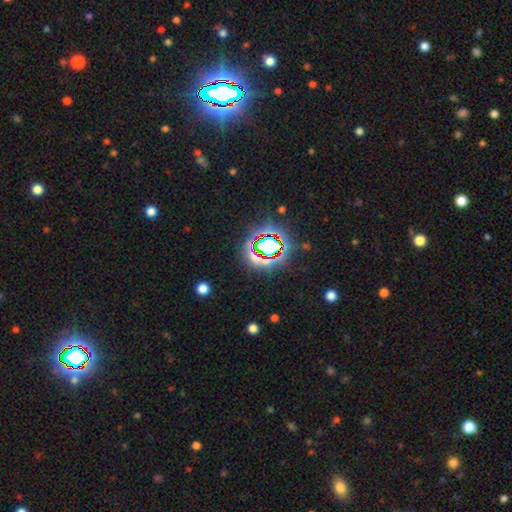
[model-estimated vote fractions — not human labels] Smooth or featured?
  - star or artifact: 68% *
  - smooth: 21%
  - featured or disk: 11%